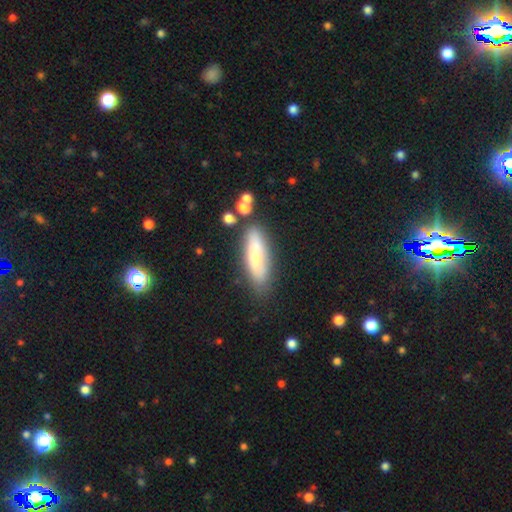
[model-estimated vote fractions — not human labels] Overall: smooth (67%). How rounded: cigar-shaped (58%; in between 40%). Merging: none (75%).